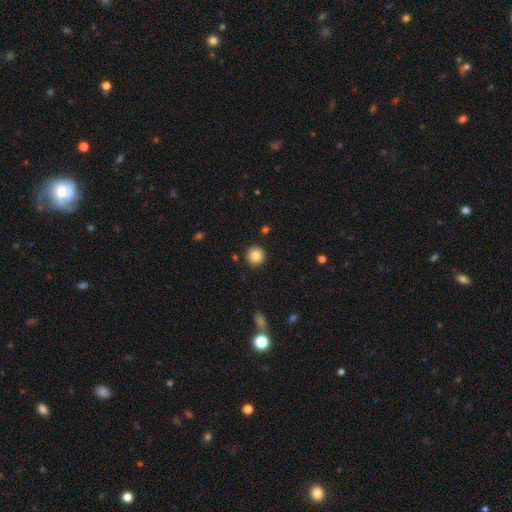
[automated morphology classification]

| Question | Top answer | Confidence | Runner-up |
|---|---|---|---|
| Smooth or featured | smooth | 85% | star or artifact (10%) |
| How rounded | round | 95% | in between (5%) |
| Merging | none | 91% | minor disturbance (5%) |